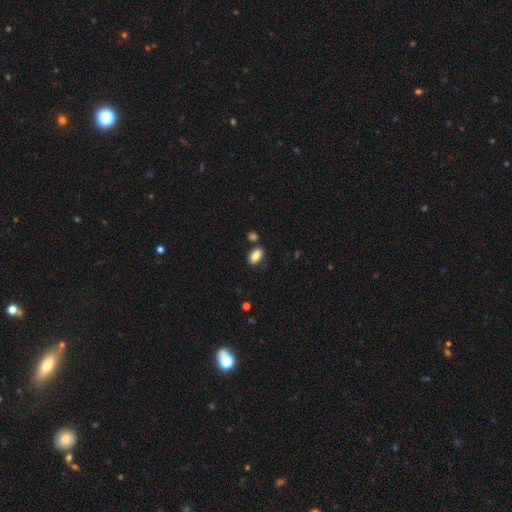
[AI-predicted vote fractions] Morphology: type=smooth (85%); roundness=in between (90%); merging=none (80%).